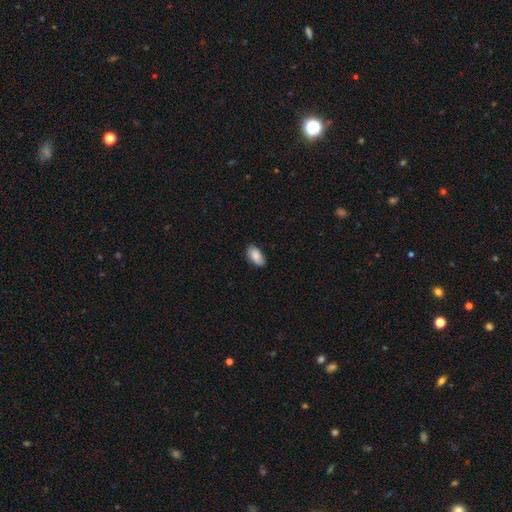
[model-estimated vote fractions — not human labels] Smooth or featured? smooth (85%)
How rounded? in between (94%)
Merging? none (79%)